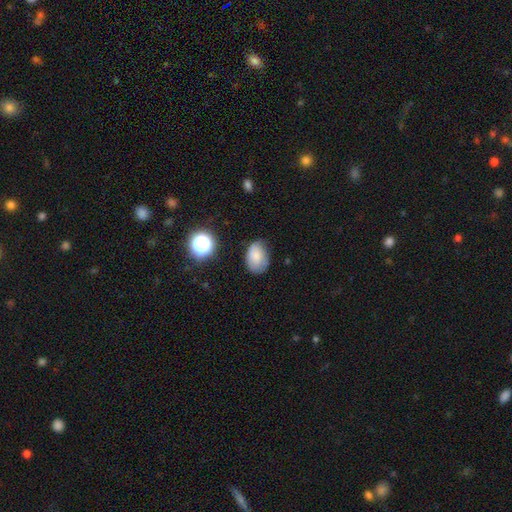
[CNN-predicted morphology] Smooth or featured? smooth (77%)
How rounded? in between (79%)
Merging? none (59%)